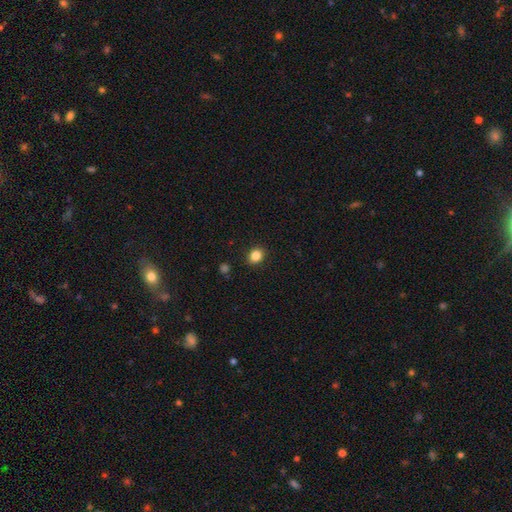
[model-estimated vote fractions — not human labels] This is clearly a smooth galaxy (85%). How rounded: likely round (63%). Merging: clearly none (90%).